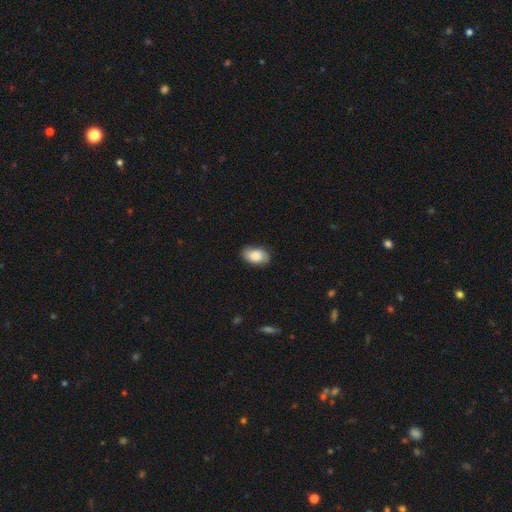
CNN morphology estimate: smooth_or_featured: smooth (p=0.79) [alt: featured or disk p=0.14]
how_rounded: in between (p=0.90) [alt: round p=0.09]
merging: none (p=0.82) [alt: minor disturbance p=0.14]